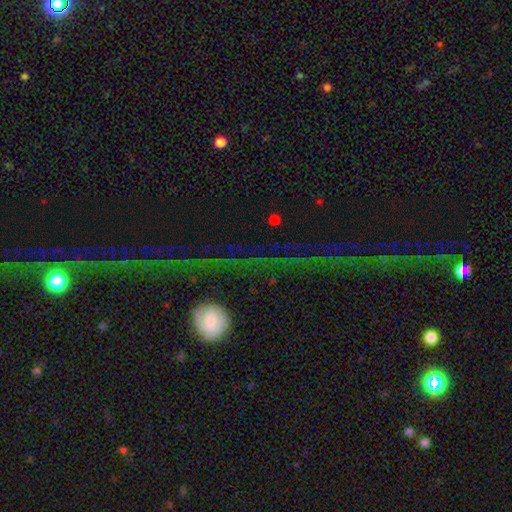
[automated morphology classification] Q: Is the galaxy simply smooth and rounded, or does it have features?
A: star or artifact — 45%.